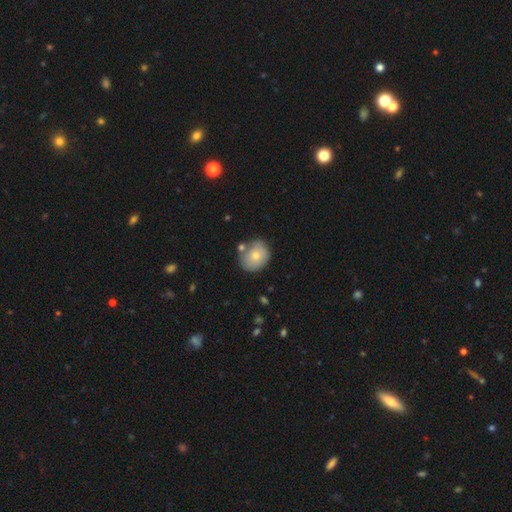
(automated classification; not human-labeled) smooth-or-featured: smooth: 72% | featured or disk: 20% | star or artifact: 8%
  how-rounded: round: 65% | in between: 34% | cigar-shaped: 1%
  merging: none: 66% | minor disturbance: 18% | merger: 12% | major disturbance: 4%